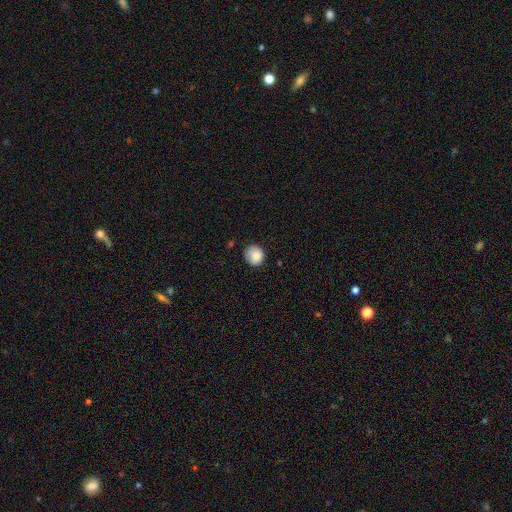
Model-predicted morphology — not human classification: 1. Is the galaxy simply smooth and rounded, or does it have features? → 84% smooth, 8% star or artifact, 7% featured or disk.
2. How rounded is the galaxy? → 86% round, 13% in between, 1% cigar-shaped.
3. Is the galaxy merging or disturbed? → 78% none, 17% minor disturbance, 3% major disturbance, 2% merger.